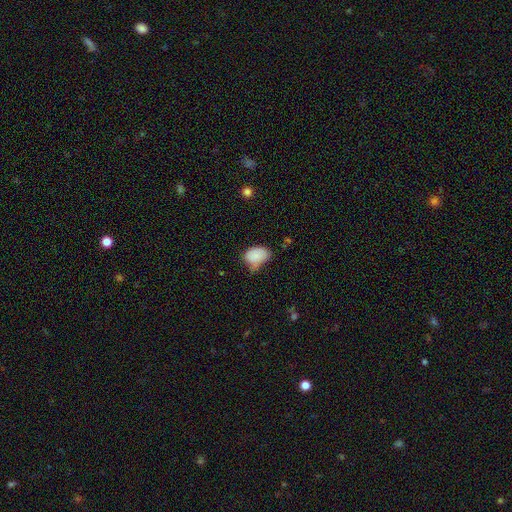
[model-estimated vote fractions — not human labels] Overall: smooth (83%). How rounded: in between (85%). Merging: minor disturbance (43%; none 36%).